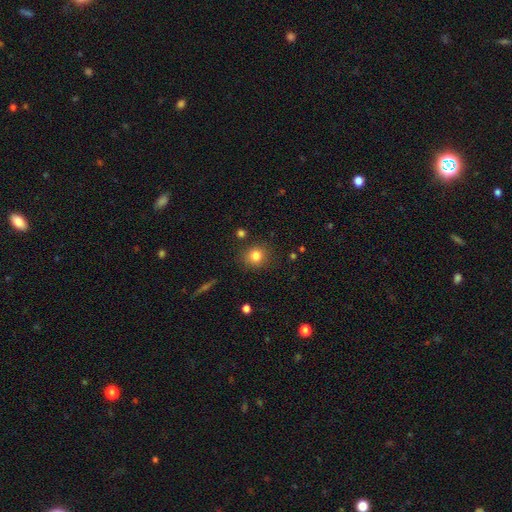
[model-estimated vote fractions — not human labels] Q: Smooth or featured?
A: smooth (81%); runner-up: star or artifact (12%)
Q: How rounded?
A: round (86%); runner-up: in between (13%)
Q: Merging?
A: none (86%); runner-up: minor disturbance (9%)